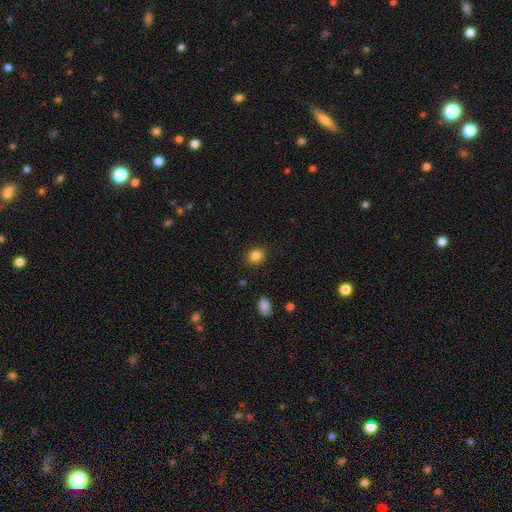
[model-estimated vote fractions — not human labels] This is clearly a smooth galaxy (85%). How rounded: likely round (67%). Merging: clearly none (89%).